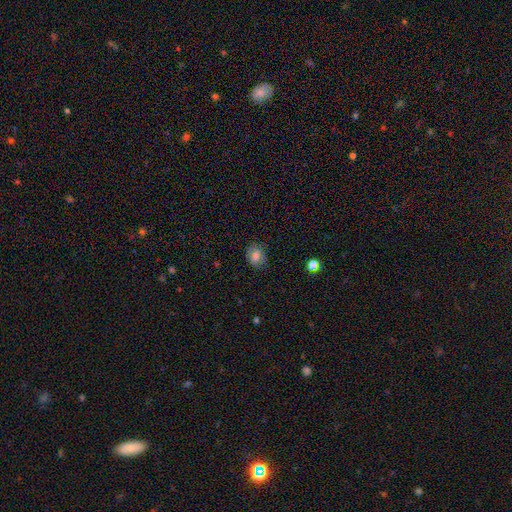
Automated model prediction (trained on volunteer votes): Smooth or featured?
  - smooth: 69% *
  - featured or disk: 19%
  - star or artifact: 12%
How rounded?
  - in between: 58% *
  - round: 41%
  - cigar-shaped: 1%
Merging?
  - none: 78% *
  - minor disturbance: 16%
  - major disturbance: 5%
  - merger: 1%